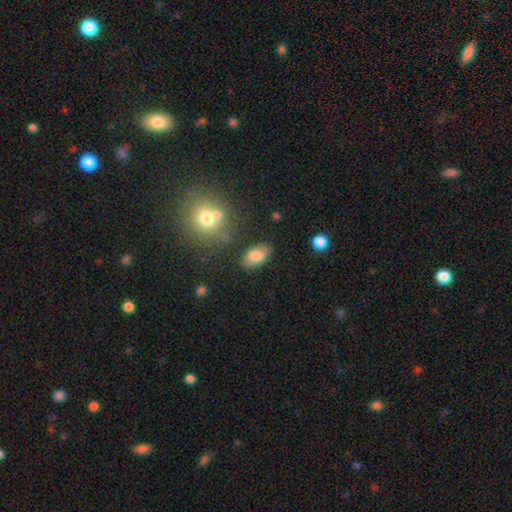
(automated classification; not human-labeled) Morphology: type=smooth (80%); roundness=in between (93%); merging=none (82%).